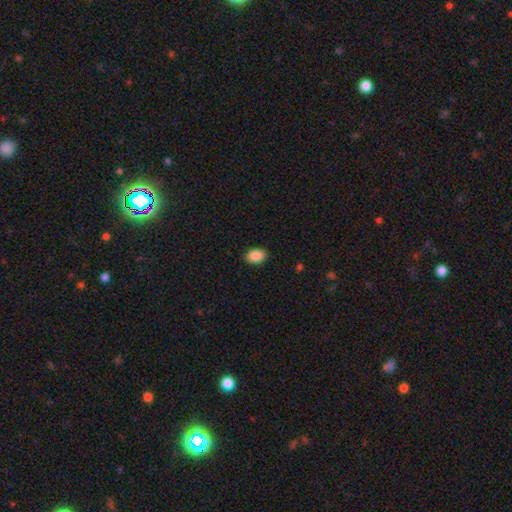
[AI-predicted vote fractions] The model was most divided on "how rounded": in between: 81%, round: 18%, cigar-shaped: 1%. More confident: merging — none (89%); smooth or featured — smooth (88%).